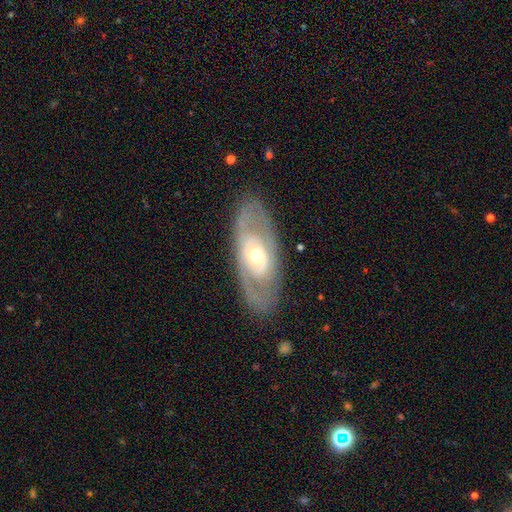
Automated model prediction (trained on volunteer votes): Smooth or featured? Predicted: featured or disk (p=0.75). Edge-on disk? Predicted: no (p=0.87). Bar? Predicted: no (p=0.72). Spiral arms? Predicted: no (p=0.55). Bulge size? Predicted: moderate (p=0.68). Merging? Predicted: none (p=0.81).